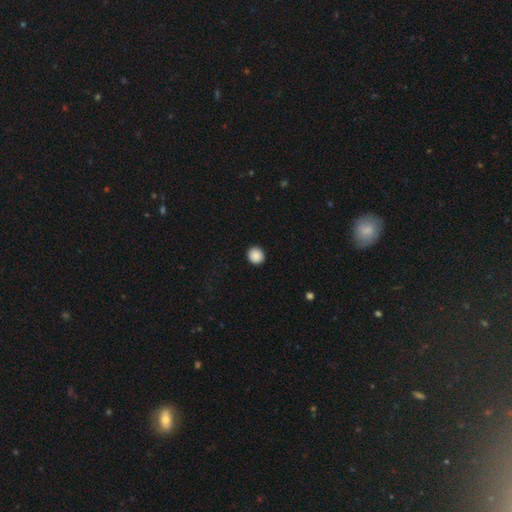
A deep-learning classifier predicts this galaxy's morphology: Smooth or featured?
  - smooth: 89% *
  - star or artifact: 8%
  - featured or disk: 2%
How rounded?
  - round: 91% *
  - in between: 8%
  - cigar-shaped: 1%
Merging?
  - none: 93% *
  - minor disturbance: 5%
  - major disturbance: 2%
  - merger: 1%